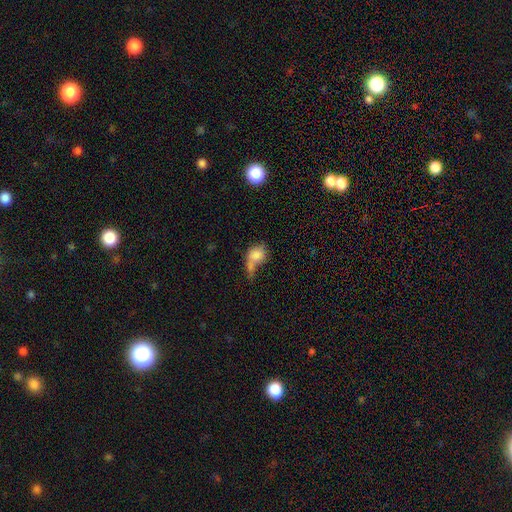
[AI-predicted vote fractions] Morphology: type=smooth (74%); roundness=in between (61%); merging=merger (42%).